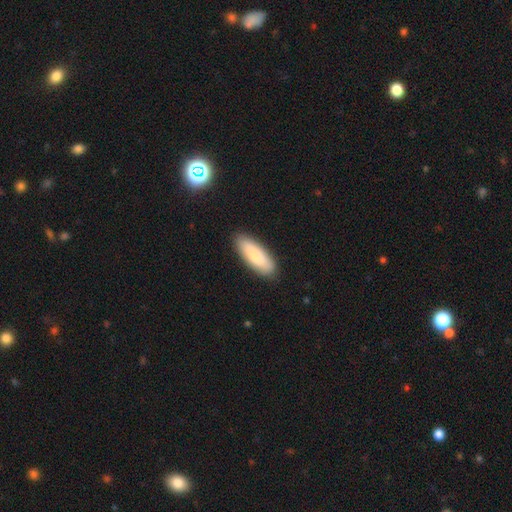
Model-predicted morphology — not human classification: smooth_or_featured: smooth (p=0.83) [alt: featured or disk p=0.12]
how_rounded: in between (p=0.63) [alt: cigar-shaped p=0.35]
merging: none (p=0.88) [alt: minor disturbance p=0.09]